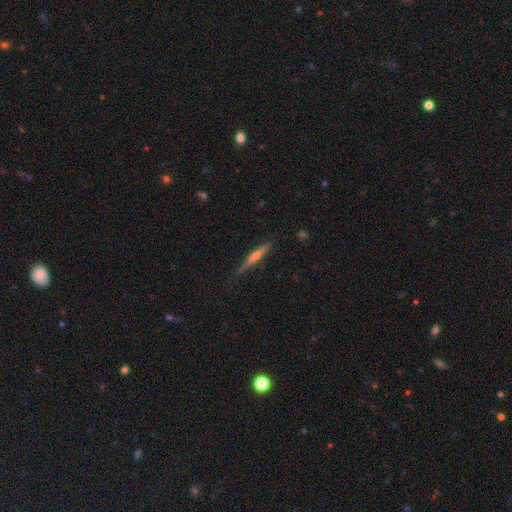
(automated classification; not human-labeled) featured or disk 58%, smooth 36%, star or artifact 7%. Down the decision tree: edge-on disk — yes (96%); edge-on bulge — rounded (80%); merging — none (79%).